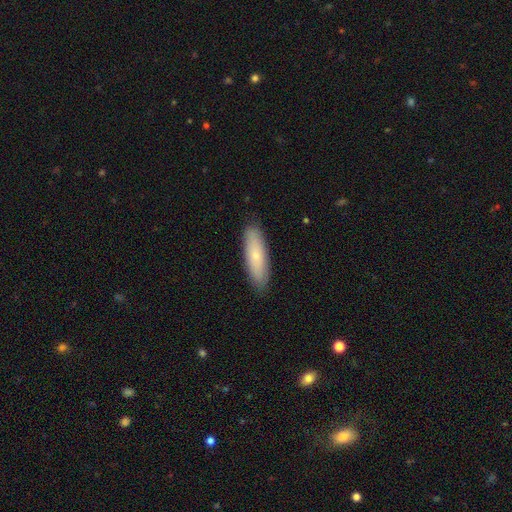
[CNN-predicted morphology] smooth 70%, featured or disk 24%, star or artifact 6%. Down the decision tree: how rounded — cigar-shaped (59%); merging — none (88%).